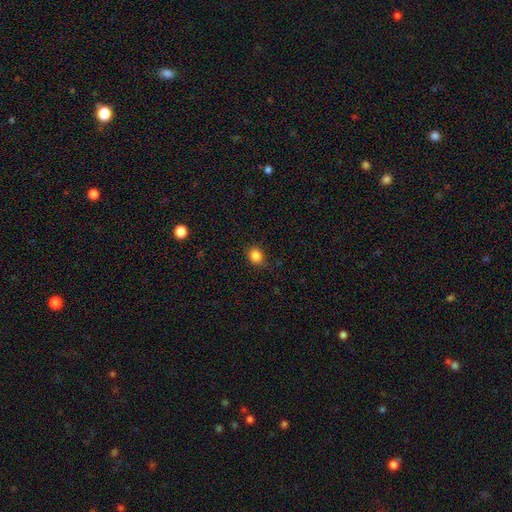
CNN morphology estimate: Smooth or featured? smooth (85%)
How rounded? round (67%)
Merging? none (86%)